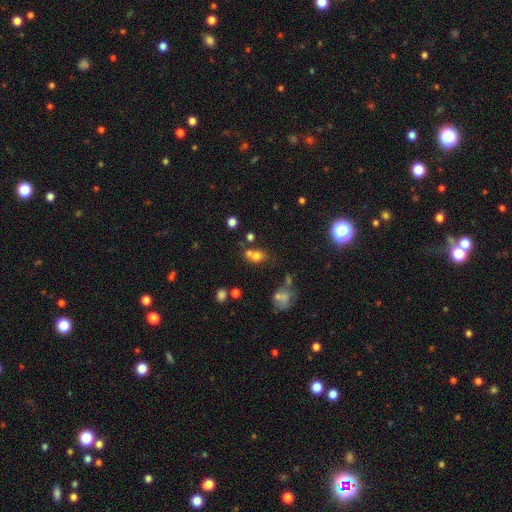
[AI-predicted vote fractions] A smooth galaxy with no disk features (70%) that is round (50%).

Vote fractions:
- Smooth or featured? smooth: 70% / star or artifact: 17% / featured or disk: 13%
- How rounded? round: 50% / in between: 48% / cigar-shaped: 2%
- Merging? merger: 42% / none: 39% / minor disturbance: 12% / major disturbance: 7%